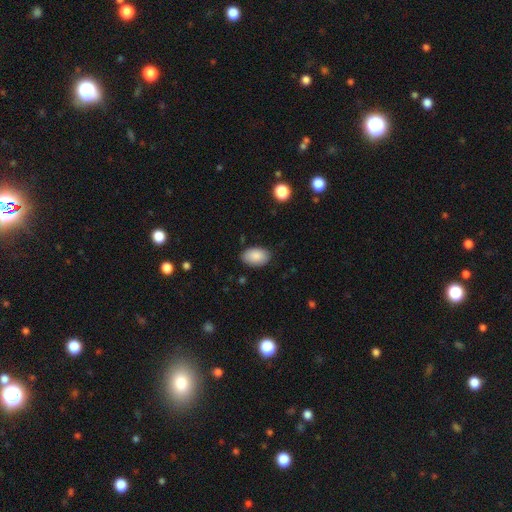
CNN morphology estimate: The model was most divided on "merging": none: 84%, minor disturbance: 12%, major disturbance: 2%, merger: 1%. More confident: how rounded — in between (92%); smooth or featured — smooth (88%).